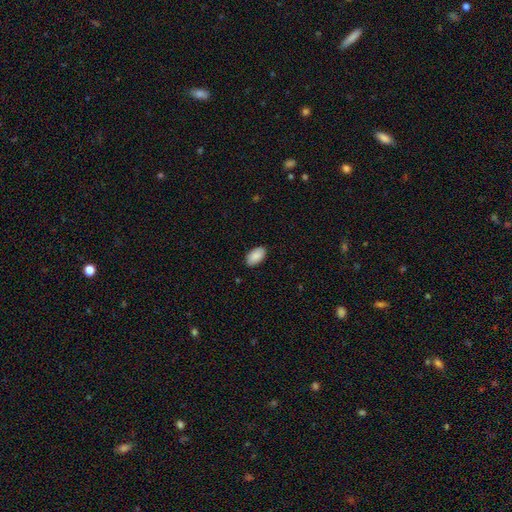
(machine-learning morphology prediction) Overall: smooth (90%). How rounded: in between (95%). Merging: none (88%).